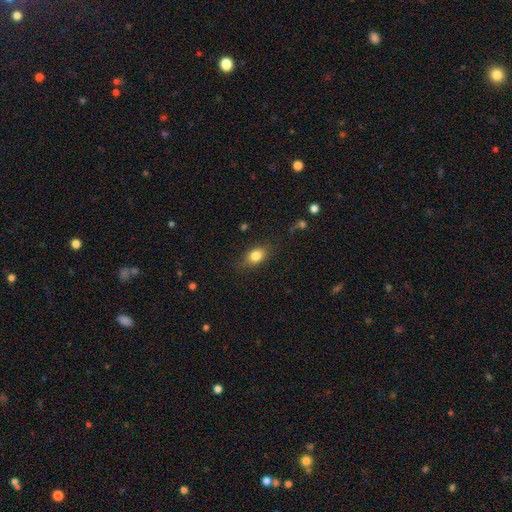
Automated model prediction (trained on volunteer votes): Q: Smooth or featured?
A: smooth (83%); runner-up: star or artifact (9%)
Q: How rounded?
A: in between (76%); runner-up: round (21%)
Q: Merging?
A: none (81%); runner-up: minor disturbance (14%)